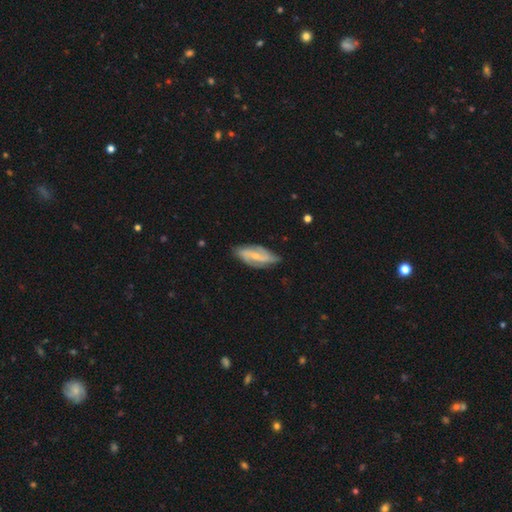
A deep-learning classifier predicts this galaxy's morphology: The model was most divided on "spiral winding": medium: 42%, loose: 34%, tight: 24%. Remaining: edge-on disk — no (91%); spiral arms — yes (91%); spiral arm count — 2 (76%); smooth or featured — featured or disk (72%); merging — none (70%); bulge size — small (58%); bar — weak (45%).